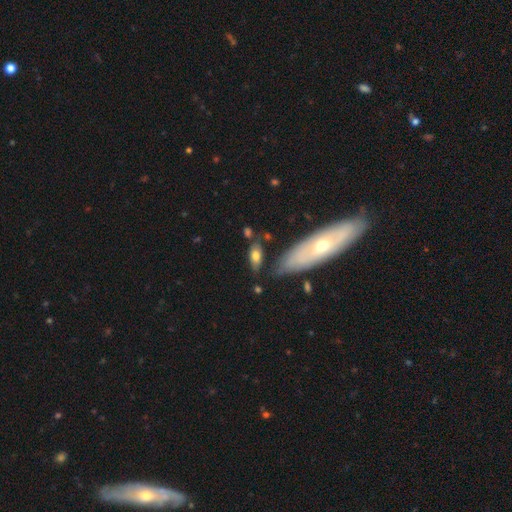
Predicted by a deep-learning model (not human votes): Q: Smooth or featured?
A: smooth (73%); runner-up: featured or disk (20%)
Q: How rounded?
A: in between (83%); runner-up: cigar-shaped (12%)
Q: Merging?
A: none (67%); runner-up: minor disturbance (19%)